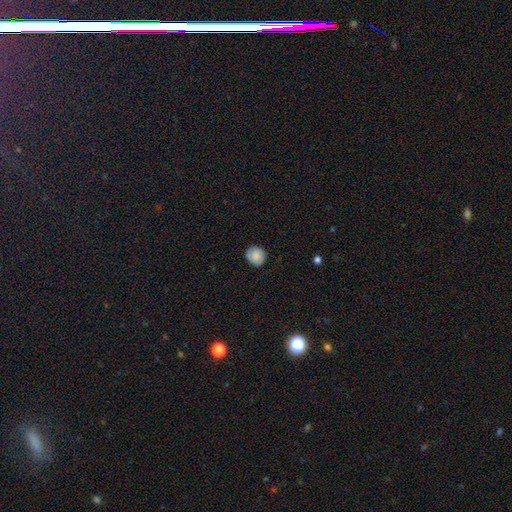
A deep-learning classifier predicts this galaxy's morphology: The model was most divided on "merging": none: 82%, minor disturbance: 15%, major disturbance: 3%, merger: 1%. More confident: how rounded — round (85%); smooth or featured — smooth (83%).